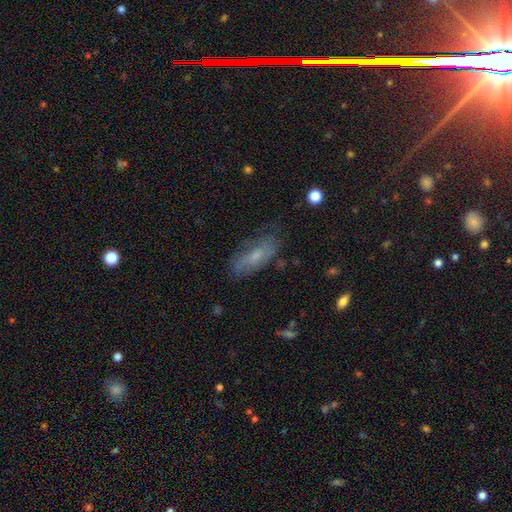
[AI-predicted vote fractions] smooth 56%, featured or disk 35%, star or artifact 9%. Down the decision tree: how rounded — in between (71%); merging — none (65%).